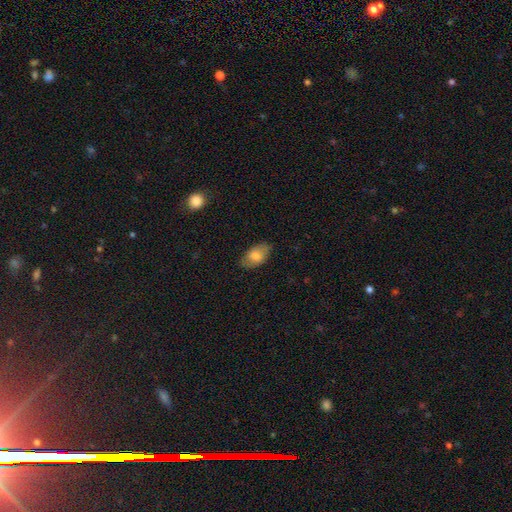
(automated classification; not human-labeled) smooth_or_featured: smooth (p=0.76) [alt: featured or disk p=0.17]
how_rounded: in between (p=0.92) [alt: round p=0.06]
merging: none (p=0.78) [alt: minor disturbance p=0.16]